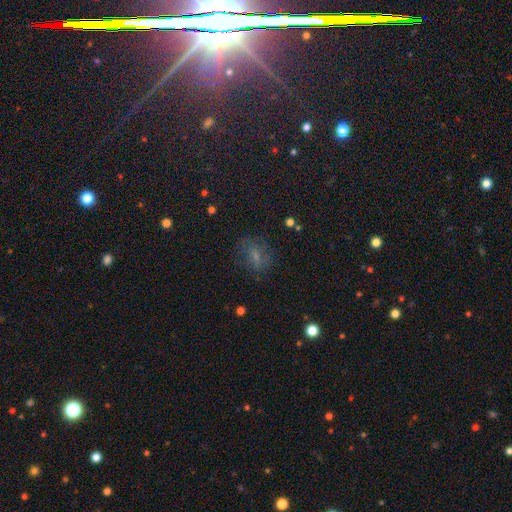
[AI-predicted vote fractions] Morphology: type=smooth (57%); roundness=in between (66%); merging=none (67%).